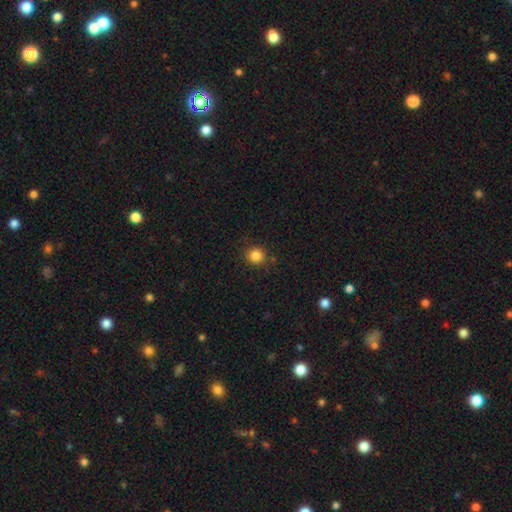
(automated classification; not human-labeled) Smooth or featured? Predicted: smooth (p=0.84). How rounded? Predicted: round (p=0.88). Merging? Predicted: none (p=0.85).